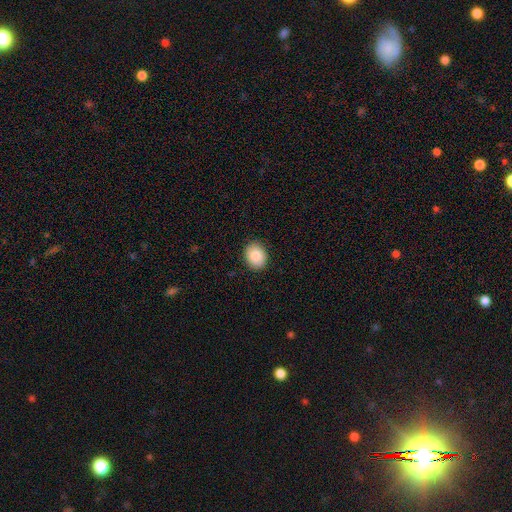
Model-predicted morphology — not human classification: type=smooth (87%); roundness=in between (54%); merging=none (89%).